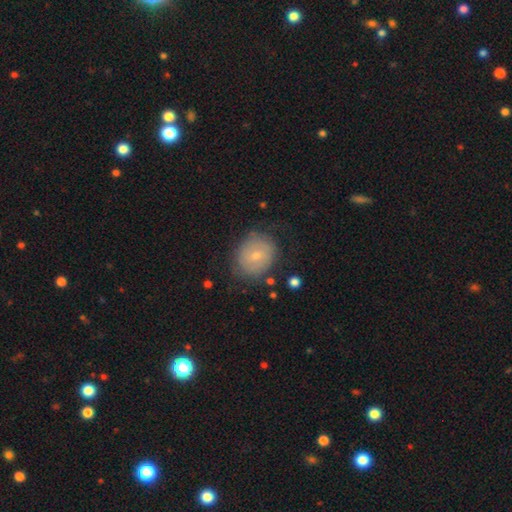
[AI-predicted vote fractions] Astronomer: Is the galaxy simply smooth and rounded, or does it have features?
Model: smooth — 58% (runner-up: featured or disk, 33%).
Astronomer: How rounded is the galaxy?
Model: round — 71%.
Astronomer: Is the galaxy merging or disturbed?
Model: none — 76%.